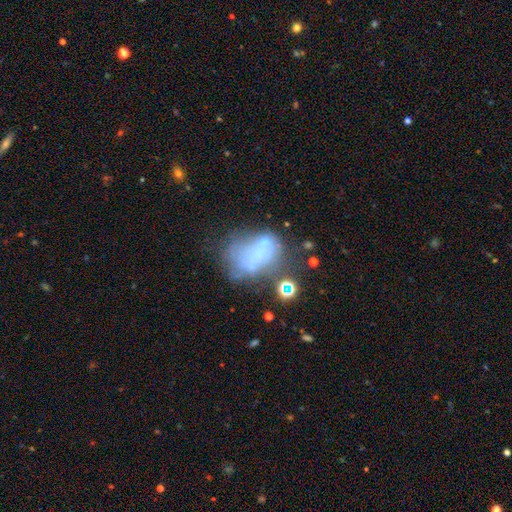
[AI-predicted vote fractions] Smooth or featured? smooth (41%)
Merging? none (30%)